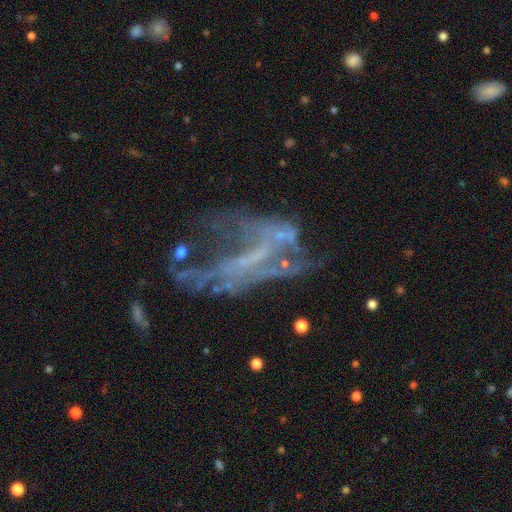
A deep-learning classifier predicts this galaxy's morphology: Smooth or featured: featured or disk — 69% (star or artifact — 19%)
Edge-on disk: no — 92% (yes — 8%)
Bar: no — 50% (strong — 26%)
Spiral arms: no — 63% (yes — 37%)
Bulge size: none — 72% (small — 19%)
Merging: major disturbance — 45% (none — 29%)